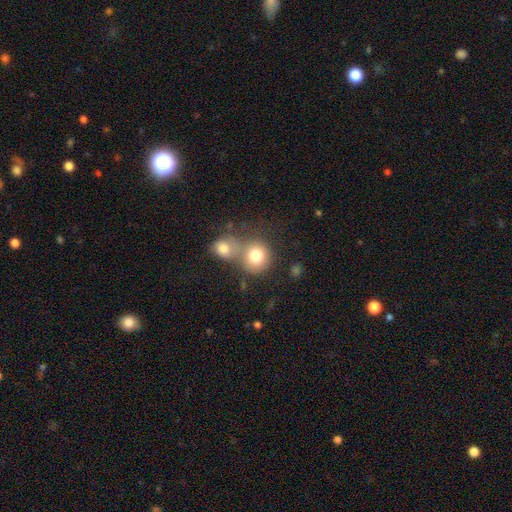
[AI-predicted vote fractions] smooth-or-featured: smooth: 80% | featured or disk: 11% | star or artifact: 10%
  how-rounded: round: 84% | in between: 15% | cigar-shaped: 1%
  merging: merger: 51% | none: 37% | minor disturbance: 8% | major disturbance: 5%